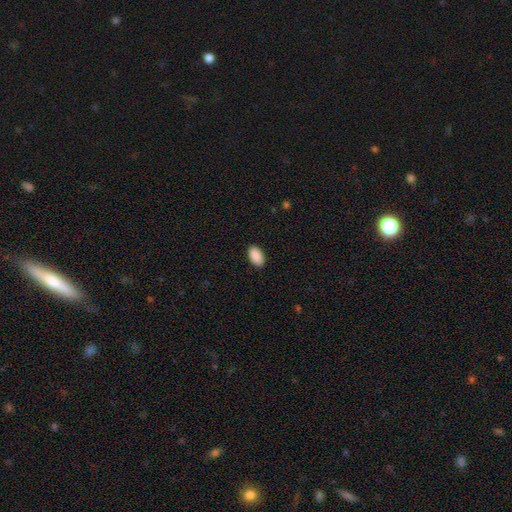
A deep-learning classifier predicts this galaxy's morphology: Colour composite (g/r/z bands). It shows a smooth galaxy with no disk features (91%) that is in between round and cigar-shaped (95%). Merging: none (89%).